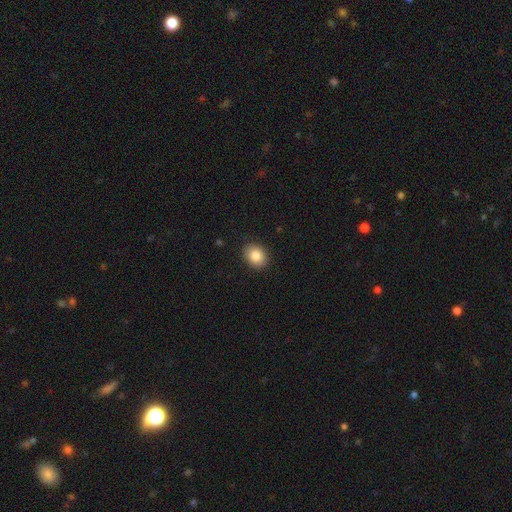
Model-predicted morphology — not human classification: type=smooth (85%); roundness=in between (50%); merging=none (90%).